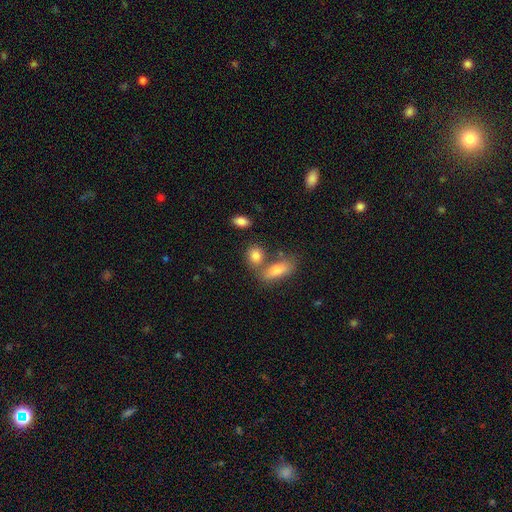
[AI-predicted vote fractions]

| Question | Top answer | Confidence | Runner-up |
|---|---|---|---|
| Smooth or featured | smooth | 82% | star or artifact (9%) |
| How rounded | in between | 58% | round (37%) |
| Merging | none | 53% | merger (31%) |